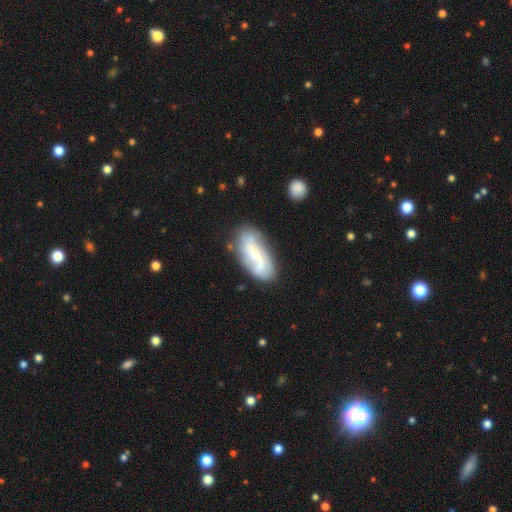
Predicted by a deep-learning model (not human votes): smooth_or_featured: featured or disk (p=0.66) [alt: smooth p=0.28]
disk_edge_on: no (p=0.92) [alt: yes p=0.08]
bar: weak (p=0.44) [alt: no p=0.33]
has_spiral_arms: yes (p=0.86) [alt: no p=0.14]
spiral_winding: loose (p=0.55) [alt: medium p=0.31]
spiral_arm_count: 2 (p=0.78) [alt: can't tell p=0.12]
bulge_size: small (p=0.57) [alt: moderate p=0.31]
merging: none (p=0.72) [alt: minor disturbance p=0.18]